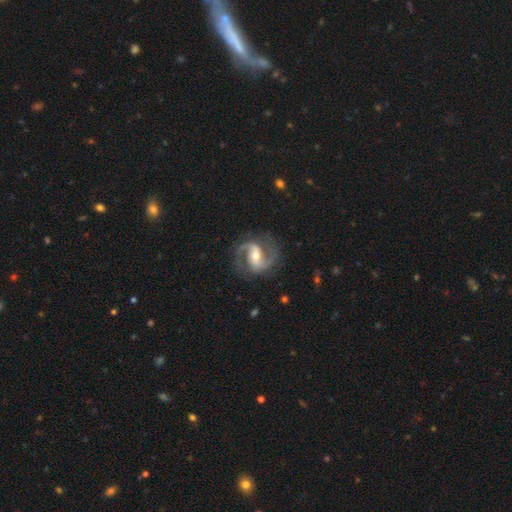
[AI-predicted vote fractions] A featured or disk galaxy (92%) with a weak bar (42%), 2 (93%) medium (62%) spiral arms (98%) and a moderate central bulge (66%). Merging: none (82%).